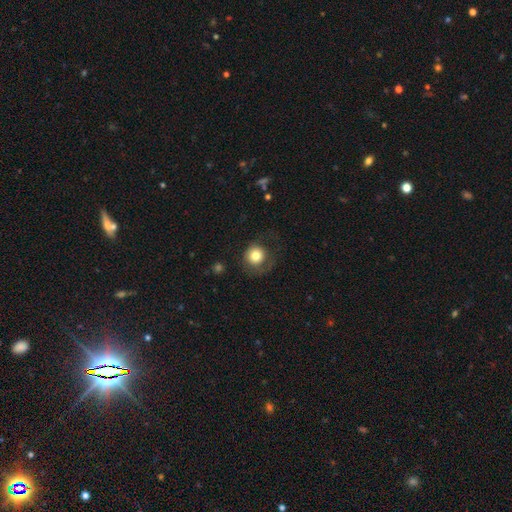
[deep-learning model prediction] This is likely a smooth galaxy (78%). How rounded: clearly round (91%). Merging: likely none (60%).